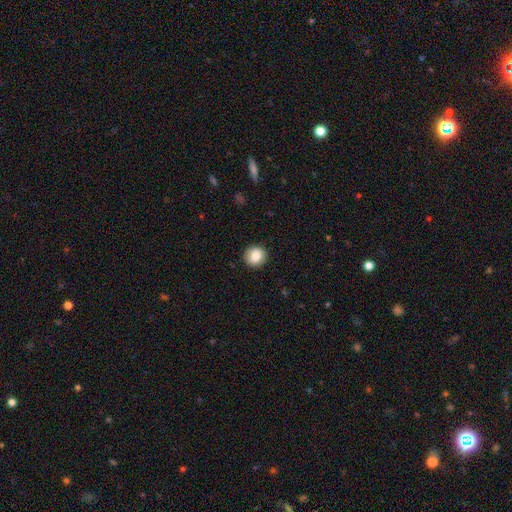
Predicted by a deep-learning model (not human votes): Overall: smooth (82%). How rounded: round (91%). Merging: none (90%).